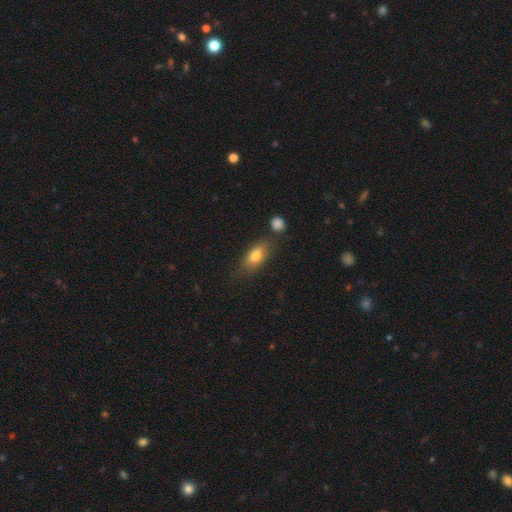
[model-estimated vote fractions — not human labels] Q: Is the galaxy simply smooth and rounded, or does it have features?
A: smooth — 75%.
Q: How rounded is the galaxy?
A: in between — 80%.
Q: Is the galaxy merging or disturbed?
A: none — 69%.